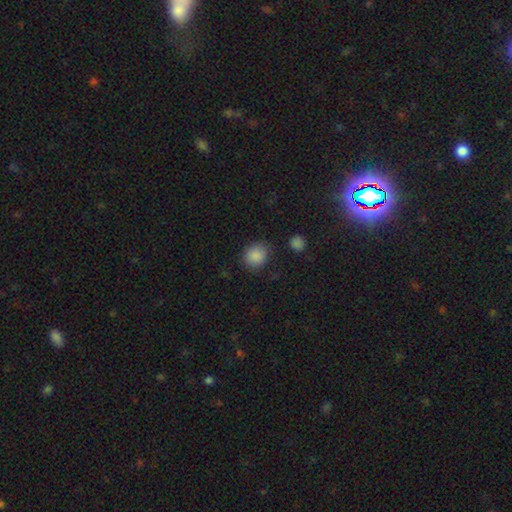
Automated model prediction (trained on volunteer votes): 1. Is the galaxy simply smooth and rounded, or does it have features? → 87% smooth, 10% star or artifact, 4% featured or disk.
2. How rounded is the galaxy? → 74% round, 25% in between, 1% cigar-shaped.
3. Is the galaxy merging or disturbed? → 81% none, 13% minor disturbance, 4% major disturbance, 3% merger.